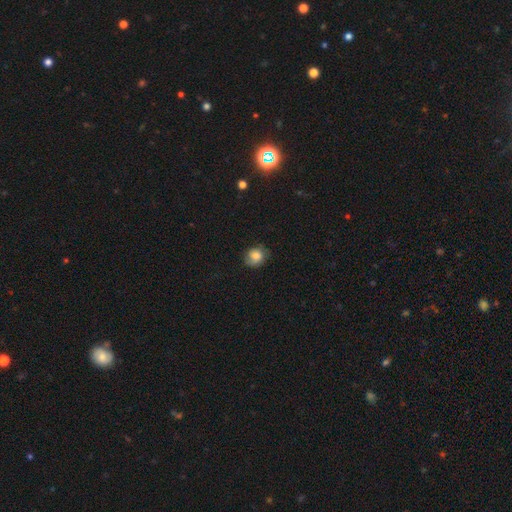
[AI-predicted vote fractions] Smooth or featured? Predicted: smooth (p=0.74). How rounded? Predicted: round (p=0.68). Merging? Predicted: none (p=0.72).